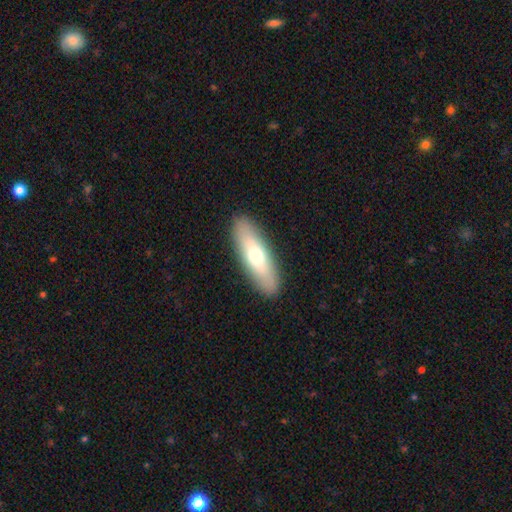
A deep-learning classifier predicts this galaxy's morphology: smooth_or_featured: smooth (p=0.62) [alt: featured or disk p=0.32]
how_rounded: cigar-shaped (p=0.54) [alt: in between p=0.43]
merging: none (p=0.91) [alt: minor disturbance p=0.07]